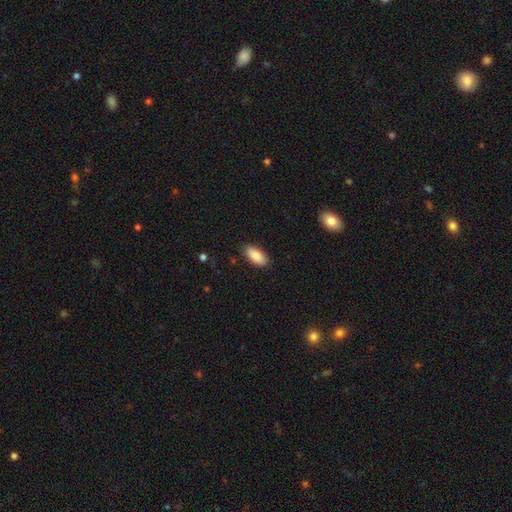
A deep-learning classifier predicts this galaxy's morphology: A smooth galaxy with no disk features (89%) that is in between round and cigar-shaped (90%).

Vote fractions:
- Smooth or featured? smooth: 89% / star or artifact: 6% / featured or disk: 5%
- How rounded? in between: 90% / cigar-shaped: 8% / round: 2%
- Merging? none: 86% / minor disturbance: 11% / major disturbance: 2% / merger: 1%